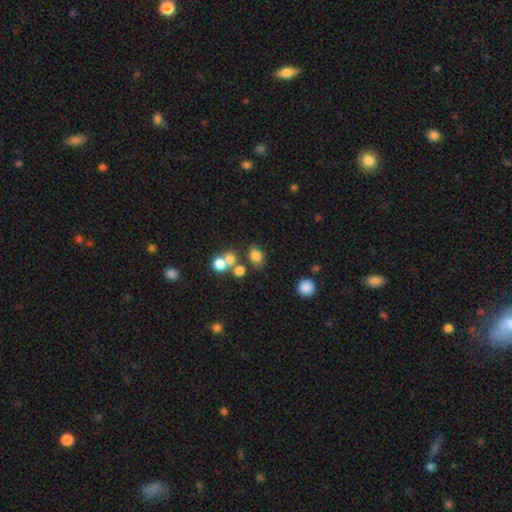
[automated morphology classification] Smooth or featured? smooth (77%)
How rounded? in between (54%)
Merging? none (59%)